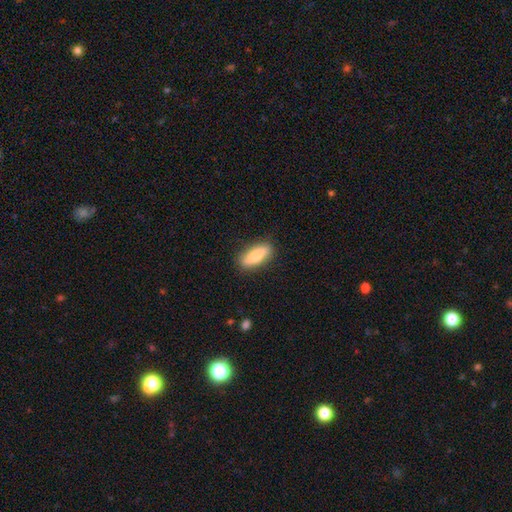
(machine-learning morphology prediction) smooth 72%, featured or disk 22%, star or artifact 6%. Down the decision tree: how rounded — in between (57%); merging — none (87%).